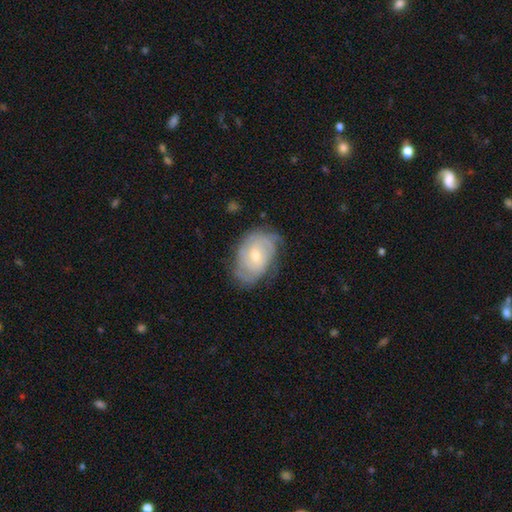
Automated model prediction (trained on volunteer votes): The model was most divided on "bulge size": moderate: 49%, small: 47%, large: 2%, none: 1%, dominant: 1%. Remaining: edge-on disk — no (96%); spiral arms — yes (87%); smooth or featured — featured or disk (70%); merging — none (65%); spiral winding — tight (63%); bar — no (48%); spiral arm count — can't tell (47%).